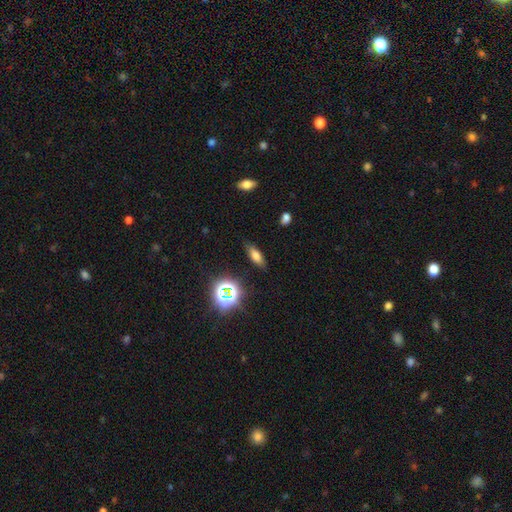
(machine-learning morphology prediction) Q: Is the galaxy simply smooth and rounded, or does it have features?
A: smooth — 68%.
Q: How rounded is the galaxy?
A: in between — 63%.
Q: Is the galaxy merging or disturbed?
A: none — 84%.